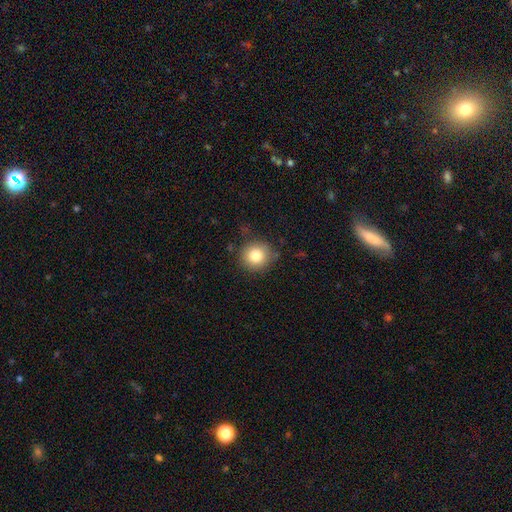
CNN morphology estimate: Overall: smooth (82%). How rounded: round (92%). Merging: none (84%).